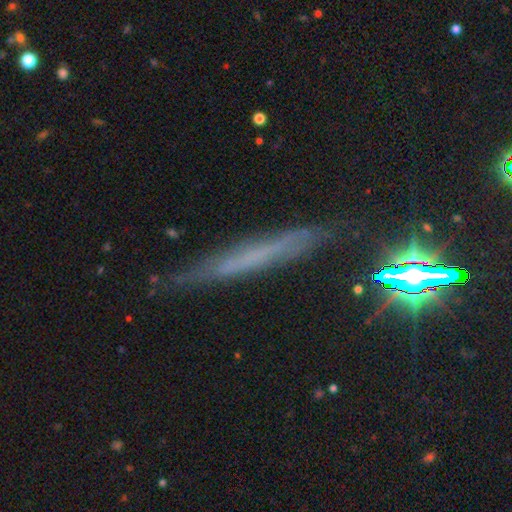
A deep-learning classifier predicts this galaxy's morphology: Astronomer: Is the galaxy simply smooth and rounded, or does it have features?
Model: featured or disk — 44% (runner-up: smooth, 35%).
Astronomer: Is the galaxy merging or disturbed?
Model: none — 78%.